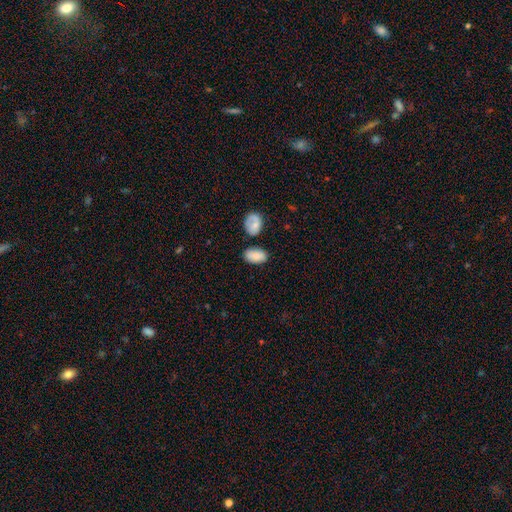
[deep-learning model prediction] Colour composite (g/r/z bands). It shows a smooth galaxy with no disk features (85%) that is in between round and cigar-shaped (92%). Merging: none (74%).